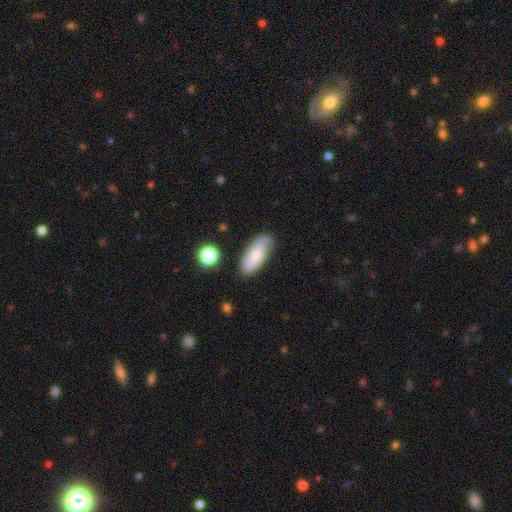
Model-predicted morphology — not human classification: The model was most divided on "smooth or featured": smooth: 53%, featured or disk: 40%, star or artifact: 7%. More confident: how rounded — in between (83%); merging — none (73%).